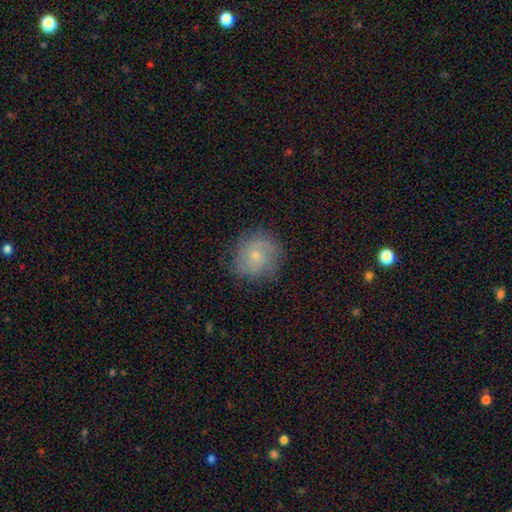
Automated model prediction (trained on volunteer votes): smooth_or_featured: featured or disk (p=0.59) [alt: smooth p=0.32]
disk_edge_on: no (p=0.97) [alt: yes p=0.03]
bar: no (p=0.80) [alt: weak p=0.18]
has_spiral_arms: yes (p=0.87) [alt: no p=0.13]
spiral_winding: tight (p=0.47) [alt: medium p=0.38]
spiral_arm_count: 2 (p=0.35) [alt: can't tell p=0.32]
bulge_size: small (p=0.74) [alt: moderate p=0.21]
merging: none (p=0.74) [alt: minor disturbance p=0.18]